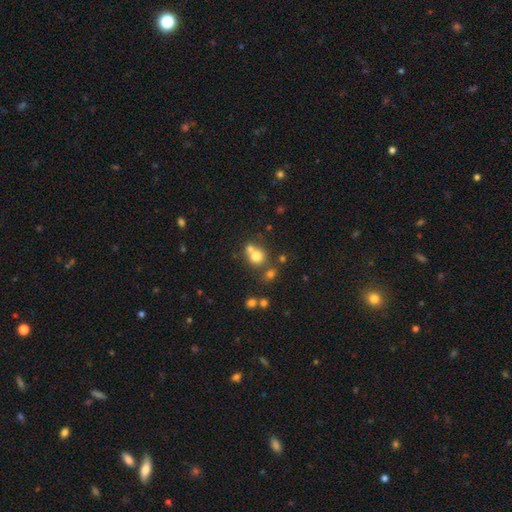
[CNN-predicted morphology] The model was most divided on "merging": none: 45%, merger: 43%, minor disturbance: 8%, major disturbance: 4%. More confident: how rounded — round (83%); smooth or featured — smooth (72%).